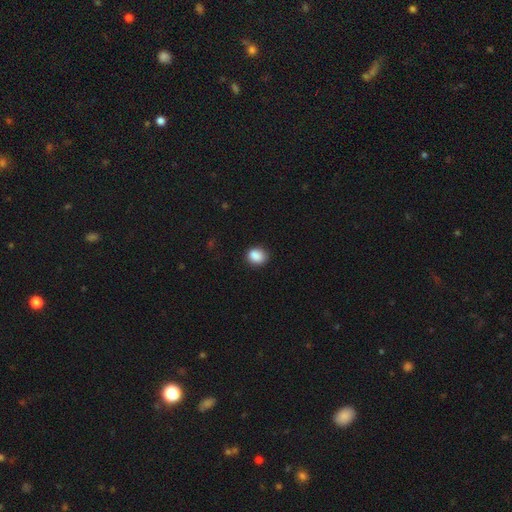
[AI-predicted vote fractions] smooth 88%, star or artifact 9%, featured or disk 3%. Down the decision tree: how rounded — round (59%); merging — none (82%).